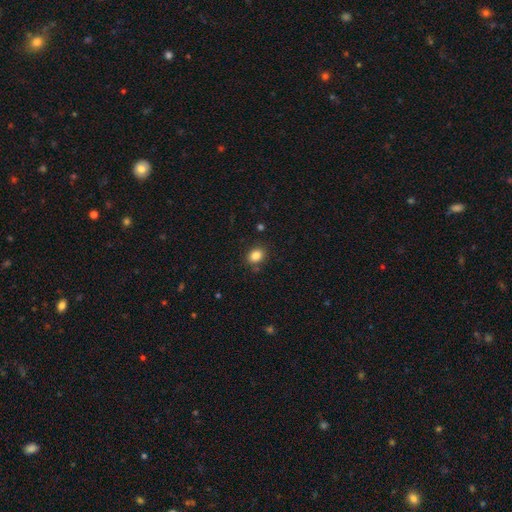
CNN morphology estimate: Smooth or featured? Predicted: smooth (p=0.84). How rounded? Predicted: in between (p=0.58). Merging? Predicted: none (p=0.84).